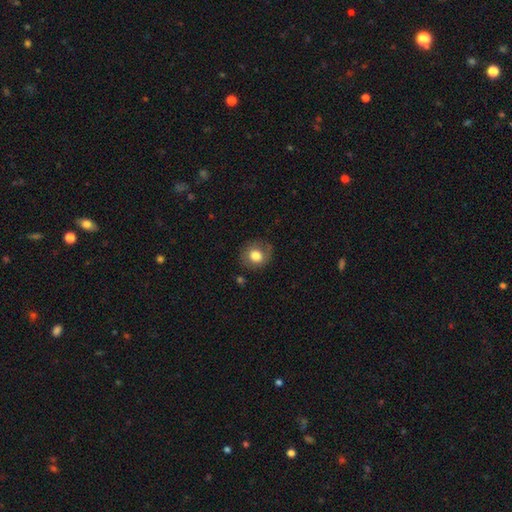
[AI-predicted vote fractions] Overall: smooth (77%). How rounded: round (79%). Merging: none (77%).